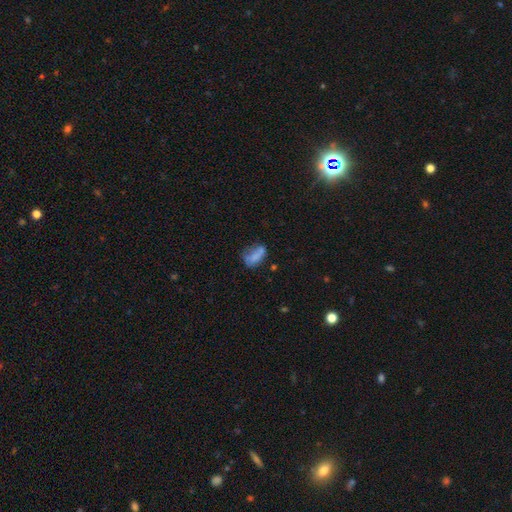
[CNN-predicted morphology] A smooth galaxy with no disk features (67%) that is in between round and cigar-shaped (81%). Merging: none (37%).